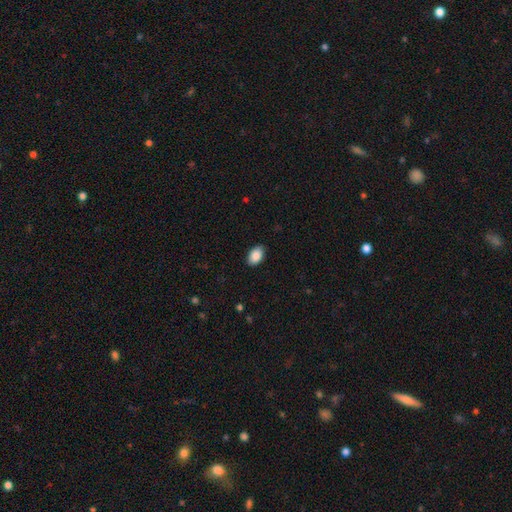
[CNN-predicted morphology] type=smooth (89%); roundness=in between (91%); merging=none (89%).